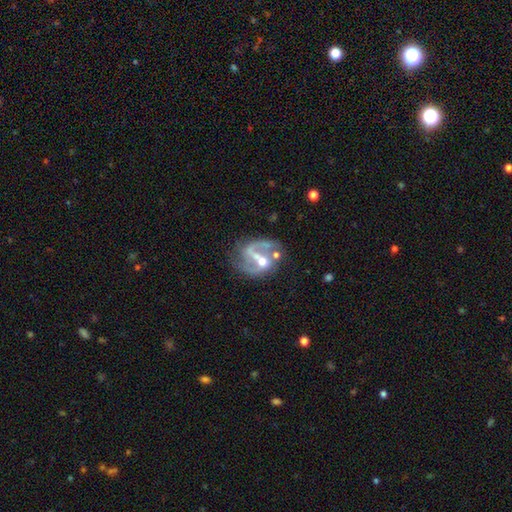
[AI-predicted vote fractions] smooth-or-featured: featured or disk: 86% | star or artifact: 7% | smooth: 7%
  disk-edge-on: no: 97% | yes: 3%
    bar: strong: 41% | weak: 39% | no: 20%
    has-spiral-arms: yes: 93% | no: 7%
      spiral-winding: medium: 47% | loose: 39% | tight: 14%
      spiral-arm-count: 2: 81% | 1: 10% | can't tell: 4% | 3: 3% | 4: 1% | more than 4: 1%
    bulge-size: moderate: 50% | small: 43% | none: 3% | large: 3% | dominant: 1%
  merging: none: 56% | minor disturbance: 18% | major disturbance: 14% | merger: 12%